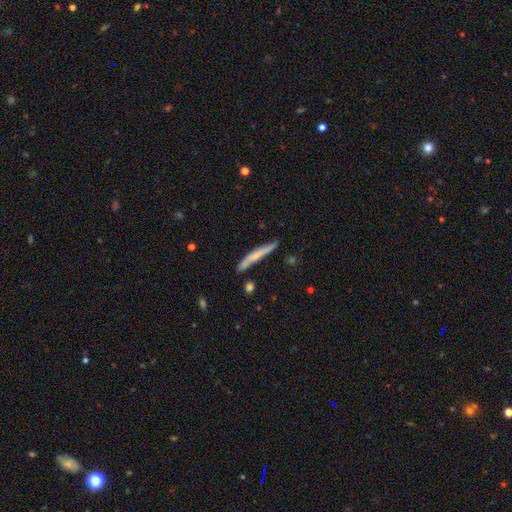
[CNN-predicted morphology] smooth-or-featured: smooth: 57% | featured or disk: 37% | star or artifact: 6%
  how-rounded: cigar-shaped: 95% | in between: 3% | round: 1%
  merging: none: 76% | minor disturbance: 17% | merger: 4% | major disturbance: 3%